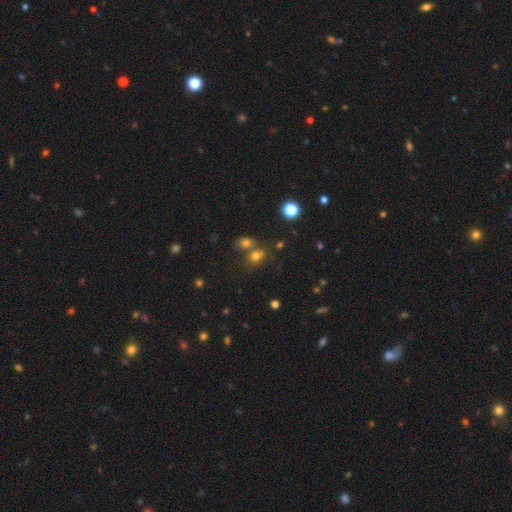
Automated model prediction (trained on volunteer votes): This is possibly a smooth galaxy (51%). How rounded: likely round (78%). Merging: possibly none (54%).